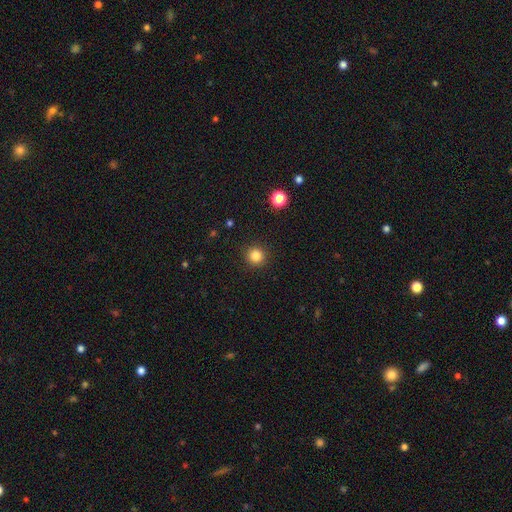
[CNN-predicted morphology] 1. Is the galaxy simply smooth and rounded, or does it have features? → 83% smooth, 12% star or artifact, 4% featured or disk.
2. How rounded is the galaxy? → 94% round, 5% in between, 1% cigar-shaped.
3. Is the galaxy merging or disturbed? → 92% none, 5% minor disturbance, 2% major disturbance, 1% merger.